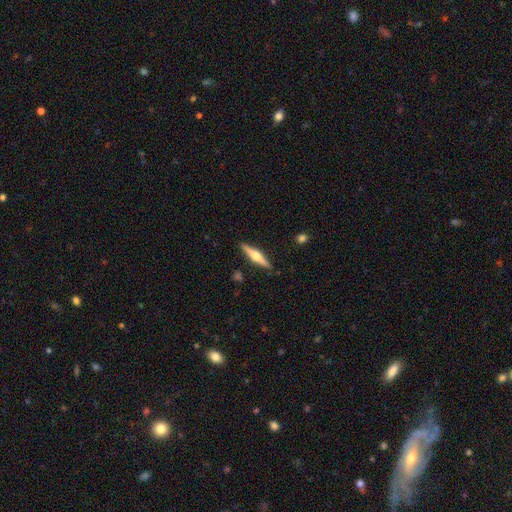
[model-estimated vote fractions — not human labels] Smooth or featured? featured or disk (69%)
Edge-on disk? yes (98%)
Edge-on bulge? rounded (92%)
Merging? none (90%)